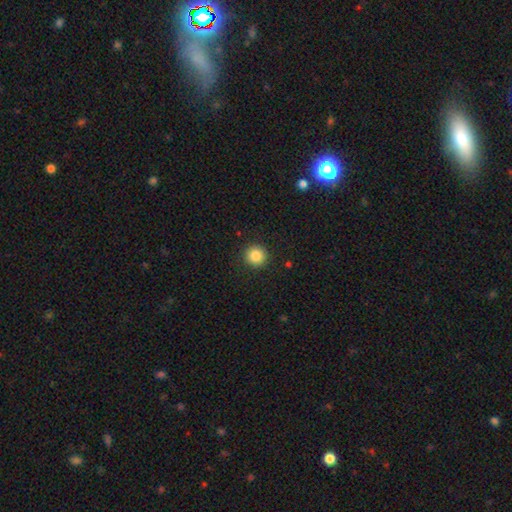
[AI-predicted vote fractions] Smooth or featured: smooth — 86% (star or artifact — 10%)
How rounded: round — 94% (in between — 5%)
Merging: none — 92% (minor disturbance — 5%)